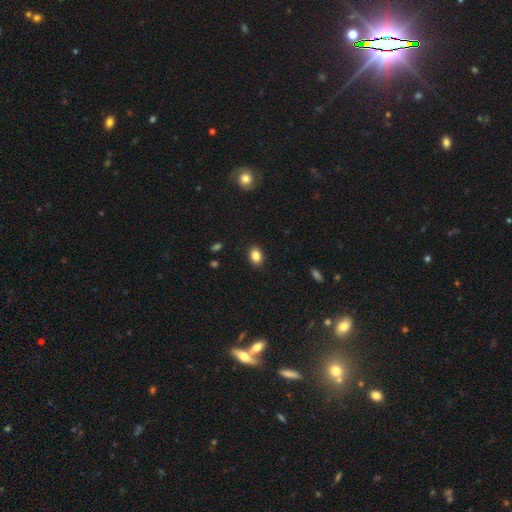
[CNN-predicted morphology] Q: Smooth or featured?
A: smooth (86%); runner-up: star or artifact (9%)
Q: How rounded?
A: in between (74%); runner-up: round (25%)
Q: Merging?
A: none (90%); runner-up: minor disturbance (7%)